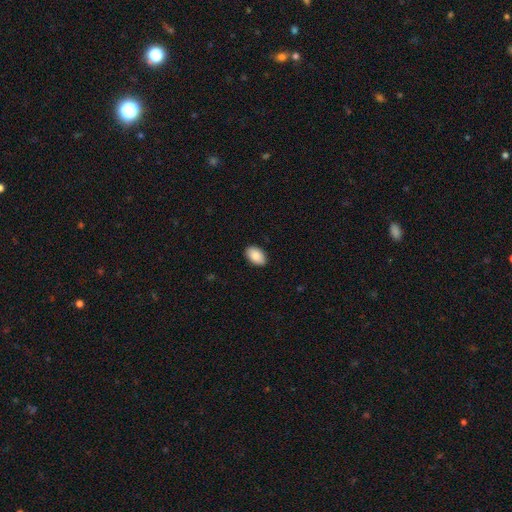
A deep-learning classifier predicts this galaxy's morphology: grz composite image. It shows a smooth galaxy with no disk features (88%) that is in between round and cigar-shaped (93%). Merging: none (89%).